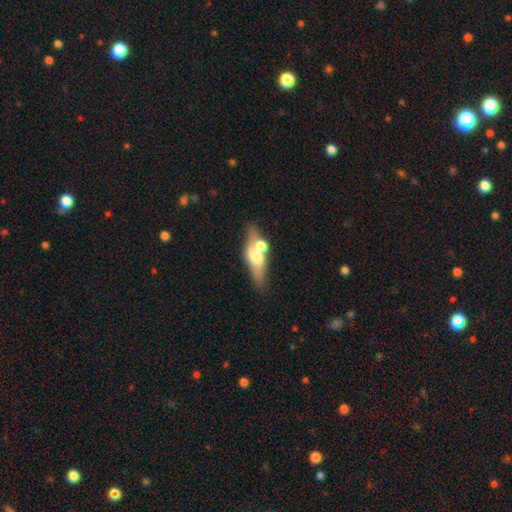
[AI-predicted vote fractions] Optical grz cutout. It shows a smooth galaxy with no disk features (47%). Merging: none (50%).